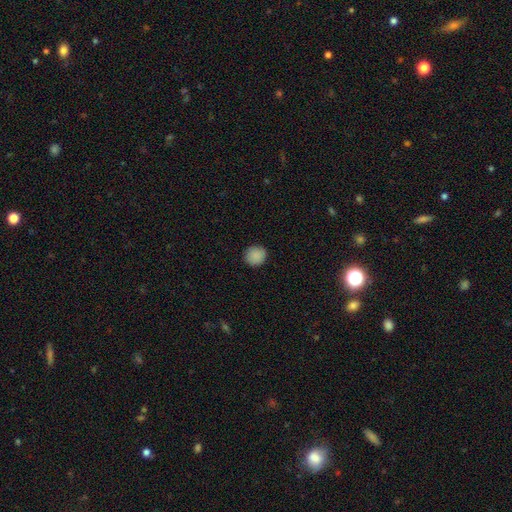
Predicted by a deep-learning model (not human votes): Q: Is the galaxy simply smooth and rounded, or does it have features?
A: smooth — 89%.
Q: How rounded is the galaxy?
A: round — 90%.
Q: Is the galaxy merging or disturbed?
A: none — 90%.